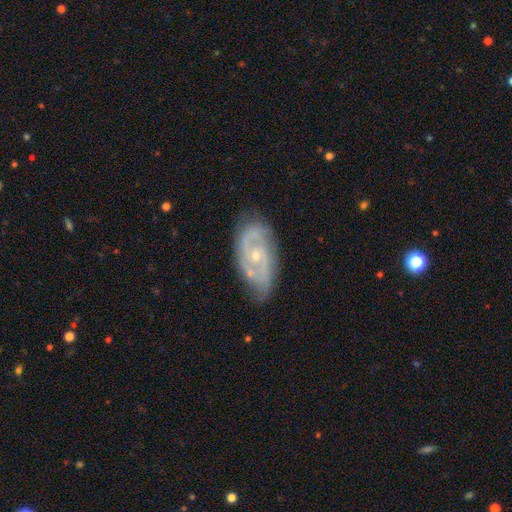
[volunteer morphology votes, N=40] This appears to be a featured or disk galaxy (98%) with no bar (69%), 2 (85%) medium (62%) spiral arms (100%) and a moderate central bulge (62%). Merging: none (51%).